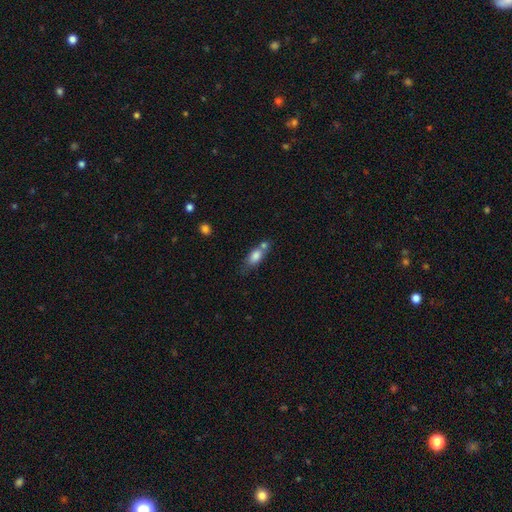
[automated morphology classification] Overall: smooth (76%). How rounded: in between (76%). Merging: merger (39%, tied with none).